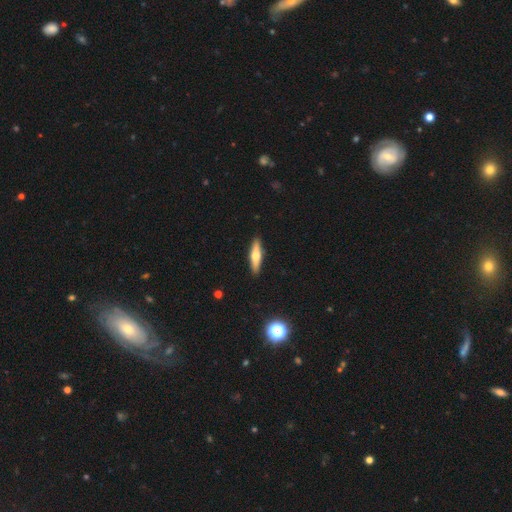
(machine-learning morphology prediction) Smooth or featured? Predicted: featured or disk (p=0.48). Merging? Predicted: none (p=0.91).